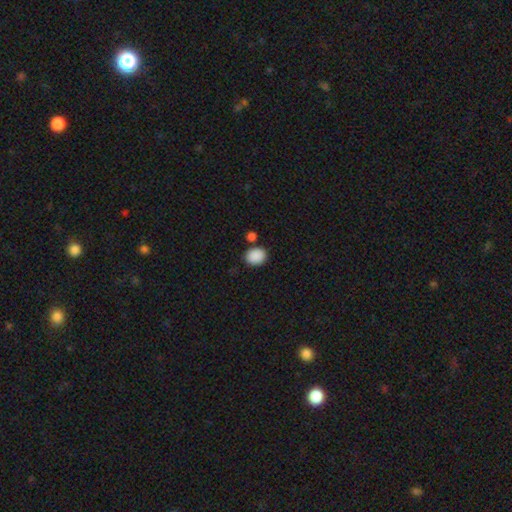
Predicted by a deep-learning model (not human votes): Overall: smooth (89%). How rounded: in between (50%; round 49%). Merging: none (80%).